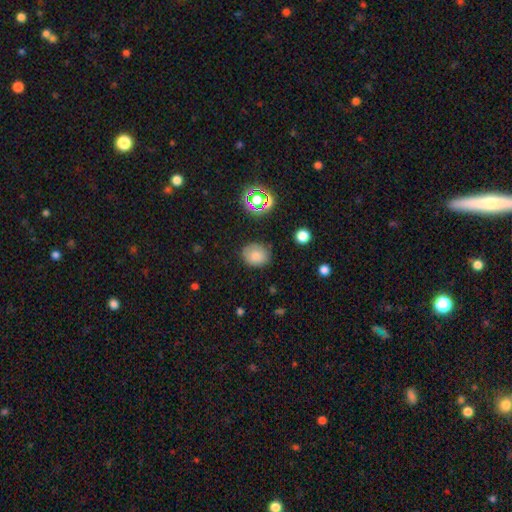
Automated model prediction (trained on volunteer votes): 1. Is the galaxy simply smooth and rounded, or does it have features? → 78% smooth, 13% star or artifact, 9% featured or disk.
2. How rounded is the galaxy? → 62% round, 37% in between, 1% cigar-shaped.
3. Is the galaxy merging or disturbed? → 78% none, 16% minor disturbance, 4% major disturbance, 2% merger.